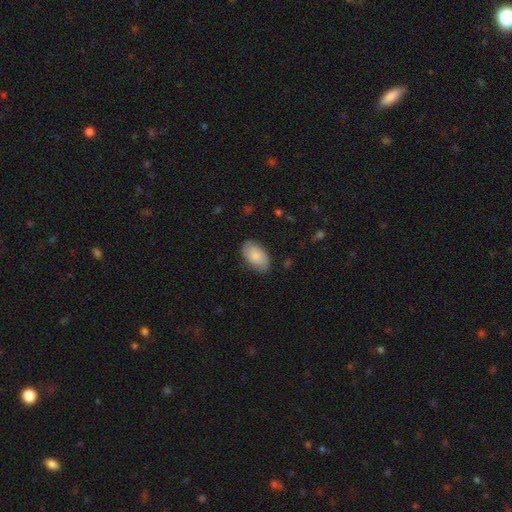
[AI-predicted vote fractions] smooth_or_featured: smooth (p=0.71) [alt: featured or disk p=0.22]
how_rounded: in between (p=0.94) [alt: round p=0.05]
merging: none (p=0.78) [alt: minor disturbance p=0.17]